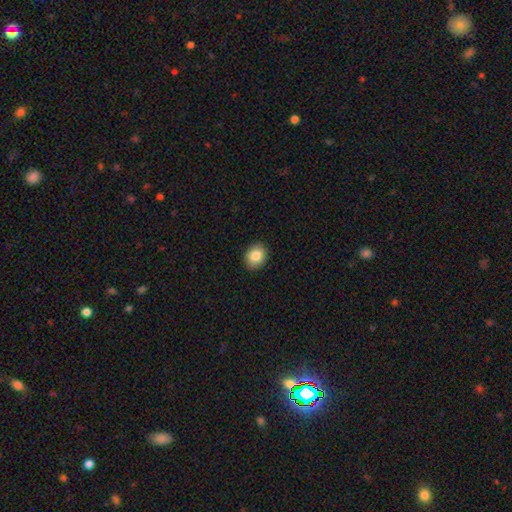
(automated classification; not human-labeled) Smooth or featured: smooth — 84% (star or artifact — 9%)
How rounded: round — 59% (in between — 40%)
Merging: none — 90% (minor disturbance — 7%)